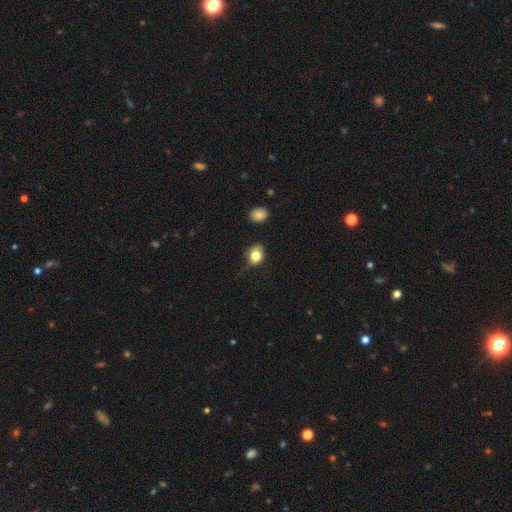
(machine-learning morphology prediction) Smooth or featured? smooth (79%)
How rounded? round (55%)
Merging? none (52%)